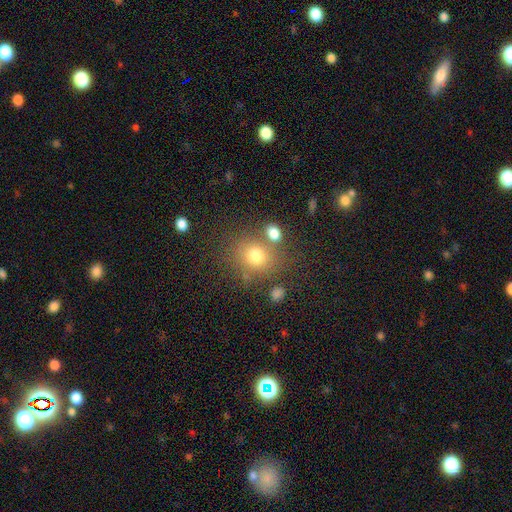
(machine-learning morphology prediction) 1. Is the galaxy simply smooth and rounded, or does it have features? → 74% smooth, 15% star or artifact, 11% featured or disk.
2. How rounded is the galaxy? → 72% round, 28% in between, 1% cigar-shaped.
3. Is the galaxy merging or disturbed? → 66% none, 16% merger, 12% minor disturbance, 6% major disturbance.